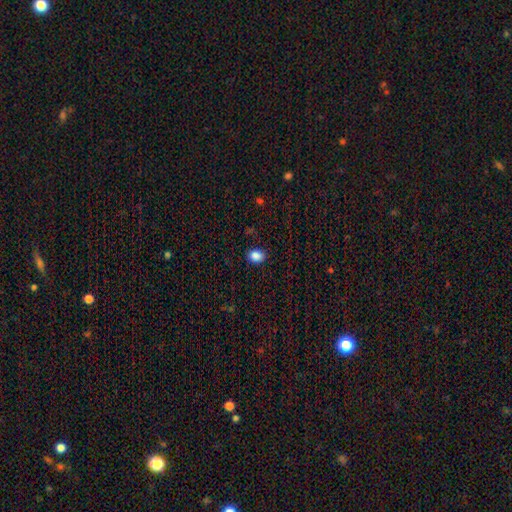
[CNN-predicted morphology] The model was most divided on "how rounded": in between: 70%, round: 29%, cigar-shaped: 1%. More confident: merging — none (87%); smooth or featured — smooth (87%).